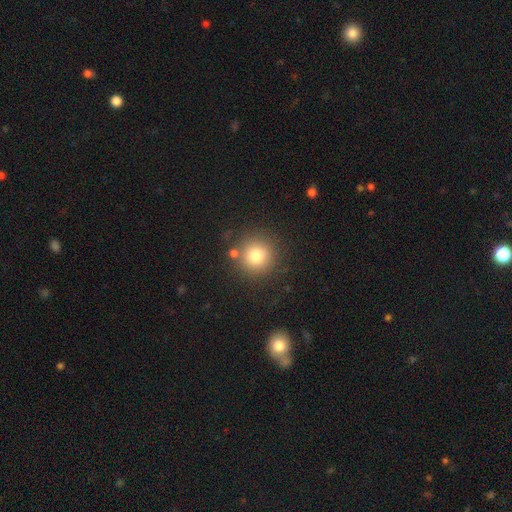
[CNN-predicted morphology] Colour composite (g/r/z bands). It shows a smooth galaxy with no disk features (78%) that is round (94%). Merging: none (81%).